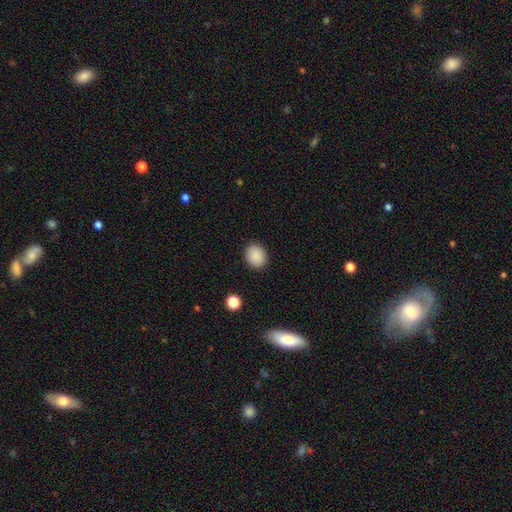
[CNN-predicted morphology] Smooth or featured? Predicted: smooth (p=0.88). How rounded? Predicted: round (p=0.59). Merging? Predicted: none (p=0.89).